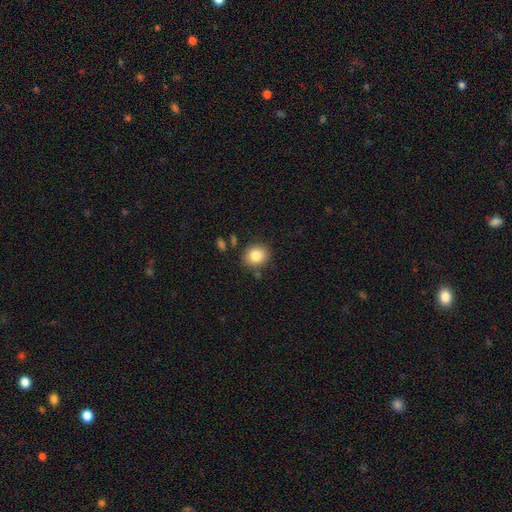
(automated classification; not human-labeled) This appears to be a smooth galaxy with no disk features (82%) that is round (73%). Merging: none (84%).